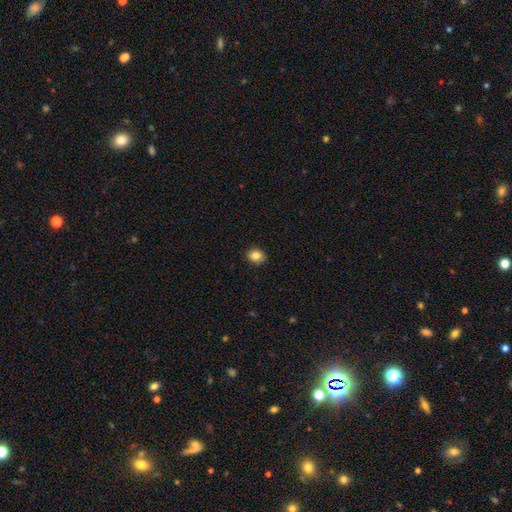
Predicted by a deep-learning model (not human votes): Smooth or featured?
  - smooth: 85% *
  - star or artifact: 10%
  - featured or disk: 6%
How rounded?
  - round: 63% *
  - in between: 36%
  - cigar-shaped: 1%
Merging?
  - none: 89% *
  - minor disturbance: 8%
  - major disturbance: 2%
  - merger: 1%